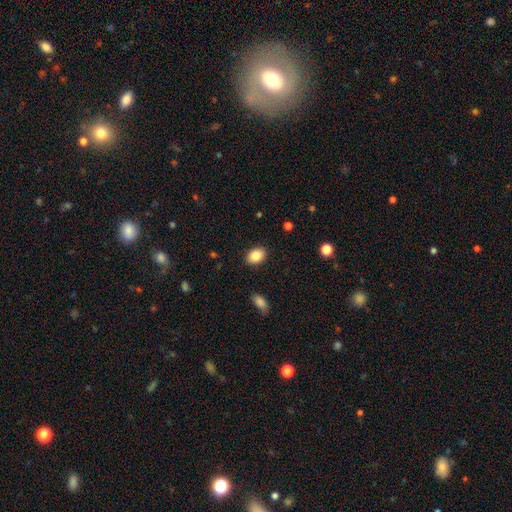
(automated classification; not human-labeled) smooth 86%, star or artifact 8%, featured or disk 6%. Down the decision tree: how rounded — in between (75%); merging — none (88%).